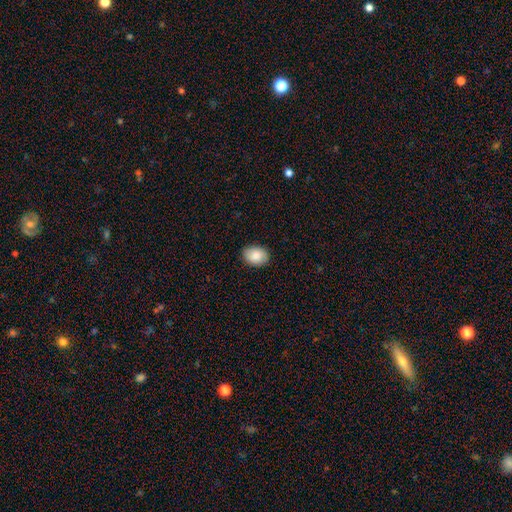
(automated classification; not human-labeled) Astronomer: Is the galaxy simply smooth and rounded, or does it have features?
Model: smooth — 86%.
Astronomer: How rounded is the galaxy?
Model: in between — 73%.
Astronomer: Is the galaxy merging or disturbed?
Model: none — 88%.